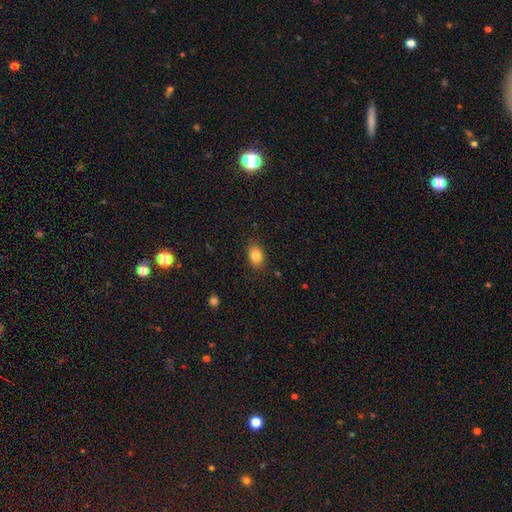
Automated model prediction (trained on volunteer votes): A smooth galaxy with no disk features (84%) that is in between round and cigar-shaped (75%).

Vote fractions:
- Smooth or featured? smooth: 84% / star or artifact: 9% / featured or disk: 7%
- How rounded? in between: 75% / round: 24% / cigar-shaped: 1%
- Merging? none: 85% / minor disturbance: 11% / major disturbance: 3% / merger: 1%